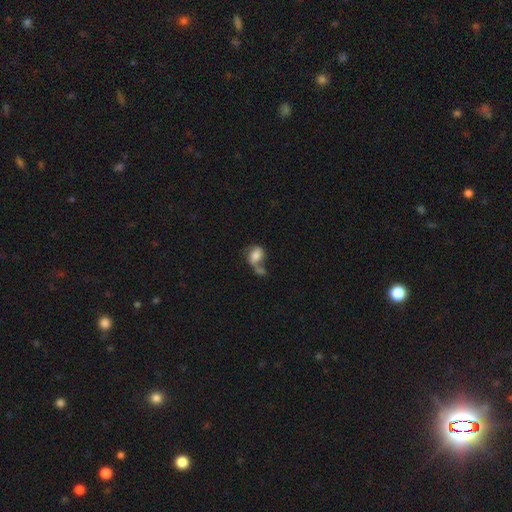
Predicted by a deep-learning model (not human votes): Smooth or featured: smooth — 66% (featured or disk — 25%)
How rounded: in between — 68% (round — 31%)
Merging: merger — 47% (none — 22%)